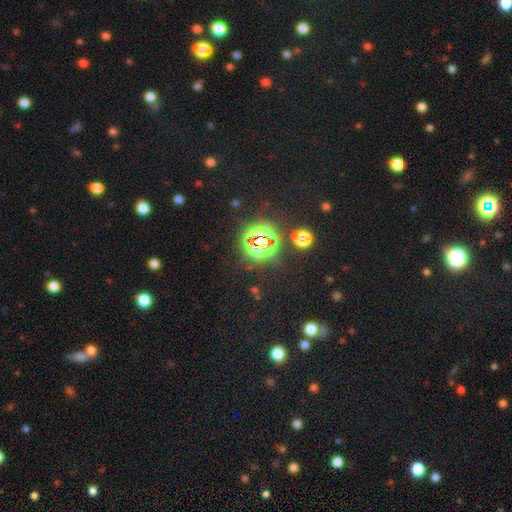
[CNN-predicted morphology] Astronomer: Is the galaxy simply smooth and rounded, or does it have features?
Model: star or artifact — 76%.